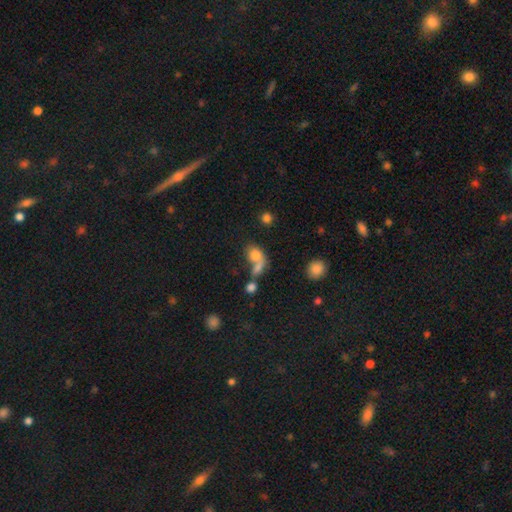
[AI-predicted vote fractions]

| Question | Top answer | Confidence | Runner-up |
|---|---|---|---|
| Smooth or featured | smooth | 75% | featured or disk (14%) |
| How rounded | in between | 58% | round (40%) |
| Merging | merger | 58% | none (24%) |